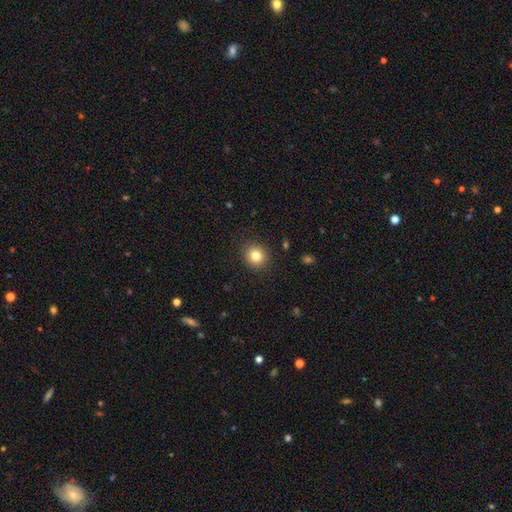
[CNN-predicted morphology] Q: Smooth or featured?
A: smooth (81%); runner-up: star or artifact (11%)
Q: How rounded?
A: round (86%); runner-up: in between (13%)
Q: Merging?
A: none (90%); runner-up: minor disturbance (7%)